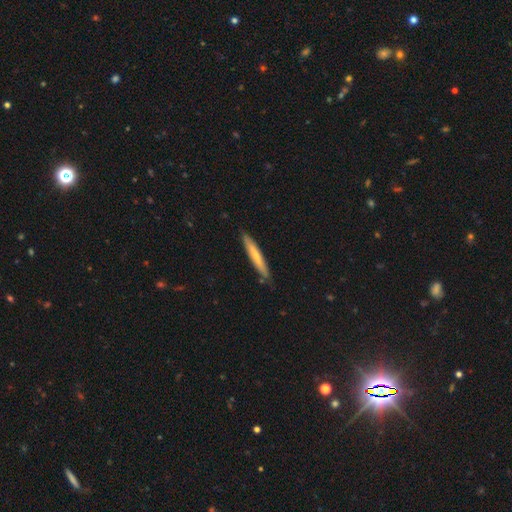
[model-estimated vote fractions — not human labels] A smooth galaxy with no disk features (61%) that is cigar-shaped (95%).

Vote fractions:
- Smooth or featured? smooth: 61% / featured or disk: 33% / star or artifact: 5%
- How rounded? cigar-shaped: 95% / in between: 4% / round: 1%
- Merging? none: 86% / minor disturbance: 11% / merger: 2% / major disturbance: 2%